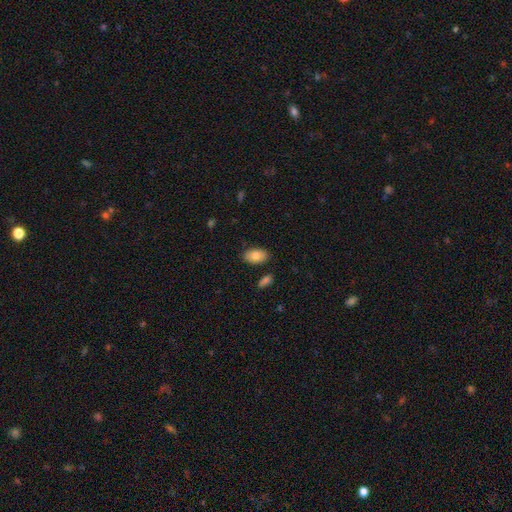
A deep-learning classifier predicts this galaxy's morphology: smooth 85%, featured or disk 8%, star or artifact 7%. Down the decision tree: how rounded — in between (93%); merging — none (85%).